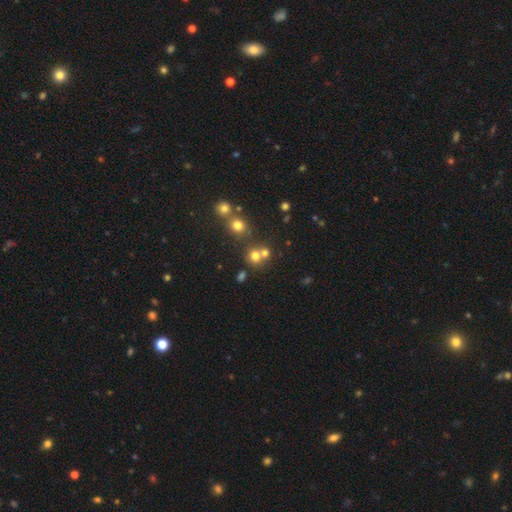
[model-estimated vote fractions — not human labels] Smooth or featured?
  - smooth: 70% *
  - star or artifact: 19%
  - featured or disk: 12%
How rounded?
  - round: 82% *
  - in between: 17%
  - cigar-shaped: 1%
Merging?
  - none: 53% *
  - merger: 35%
  - minor disturbance: 8%
  - major disturbance: 4%